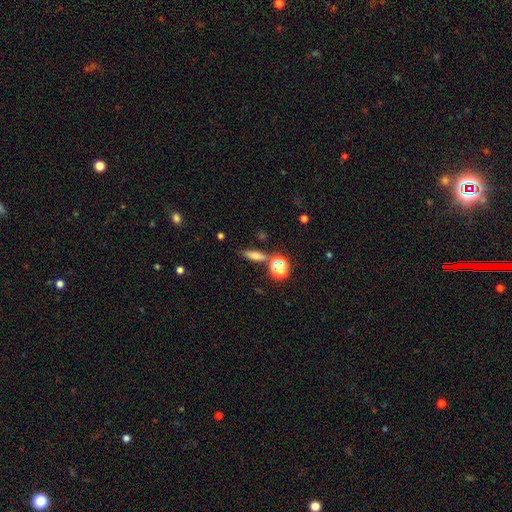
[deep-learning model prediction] smooth_or_featured: smooth (p=0.62) [alt: star or artifact p=0.20]
how_rounded: cigar-shaped (p=0.48) [alt: in between p=0.41]
merging: none (p=0.71) [alt: minor disturbance p=0.13]